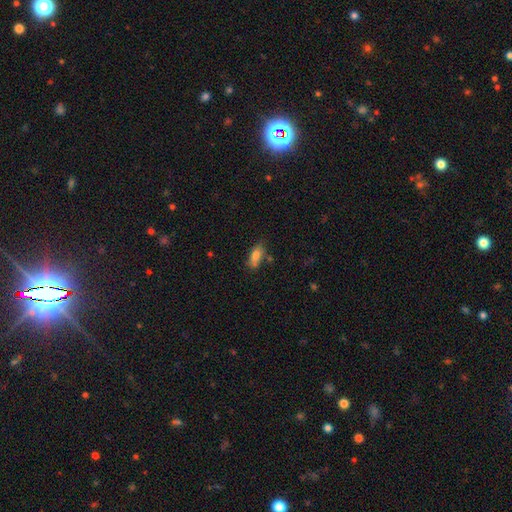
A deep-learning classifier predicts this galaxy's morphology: smooth_or_featured: smooth (p=0.77) [alt: featured or disk p=0.14]
how_rounded: in between (p=0.81) [alt: cigar-shaped p=0.15]
merging: none (p=0.64) [alt: minor disturbance p=0.21]